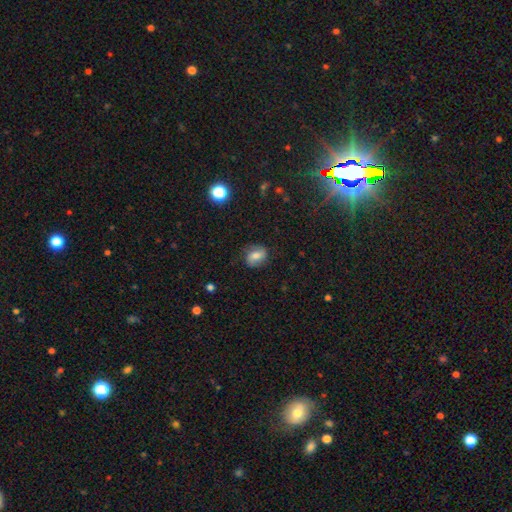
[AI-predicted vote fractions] This appears to be a smooth galaxy with no disk features (54%) that is in between round and cigar-shaped (56%). Merging: none (77%).